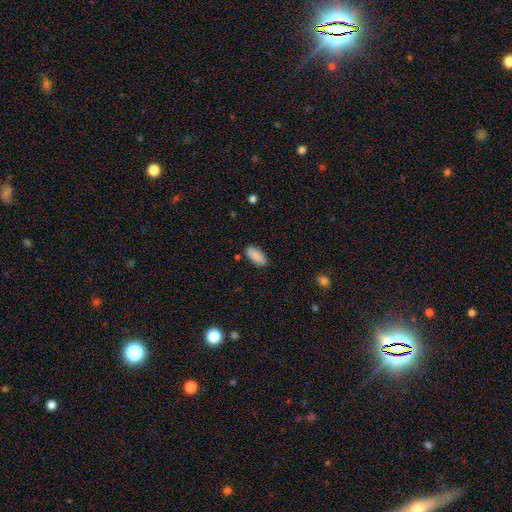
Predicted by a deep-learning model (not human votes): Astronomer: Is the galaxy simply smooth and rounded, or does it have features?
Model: smooth — 89%.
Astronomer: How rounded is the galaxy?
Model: in between — 87%.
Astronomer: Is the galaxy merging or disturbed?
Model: none — 86%.